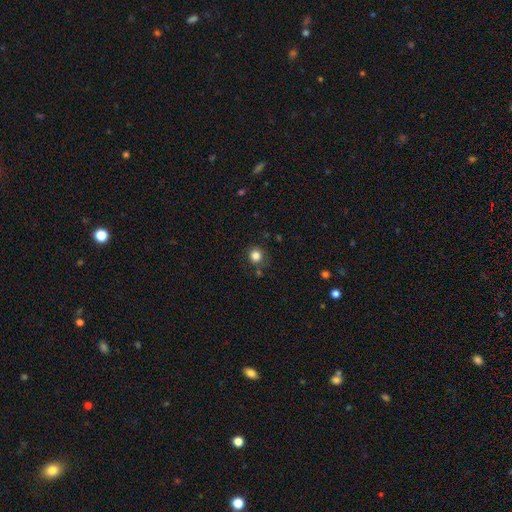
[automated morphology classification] A smooth galaxy with no disk features (82%) that is round (88%).

Vote fractions:
- Smooth or featured? smooth: 82% / star or artifact: 12% / featured or disk: 6%
- How rounded? round: 88% / in between: 11% / cigar-shaped: 1%
- Merging? none: 78% / minor disturbance: 14% / major disturbance: 5% / merger: 4%